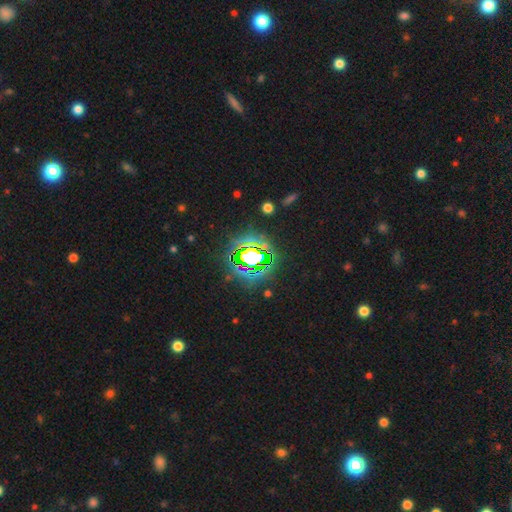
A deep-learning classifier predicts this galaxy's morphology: A star or artifact, not a galaxy (72%).